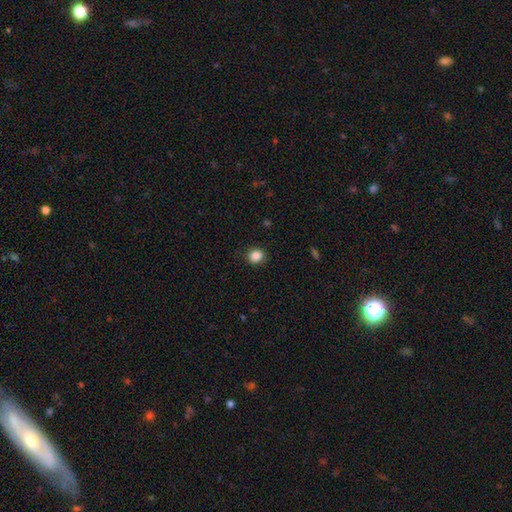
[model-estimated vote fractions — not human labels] A smooth galaxy with no disk features (87%) that is round (71%).

Vote fractions:
- Smooth or featured? smooth: 87% / star or artifact: 10% / featured or disk: 3%
- How rounded? round: 71% / in between: 28% / cigar-shaped: 1%
- Merging? none: 88% / minor disturbance: 8% / major disturbance: 2% / merger: 1%